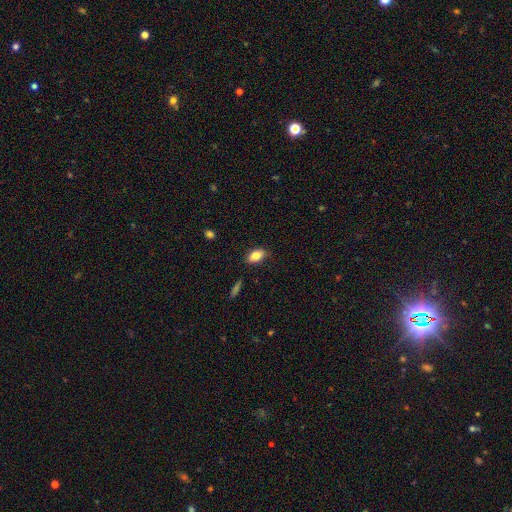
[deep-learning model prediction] Overall: smooth (81%). How rounded: in between (87%). Merging: none (84%).